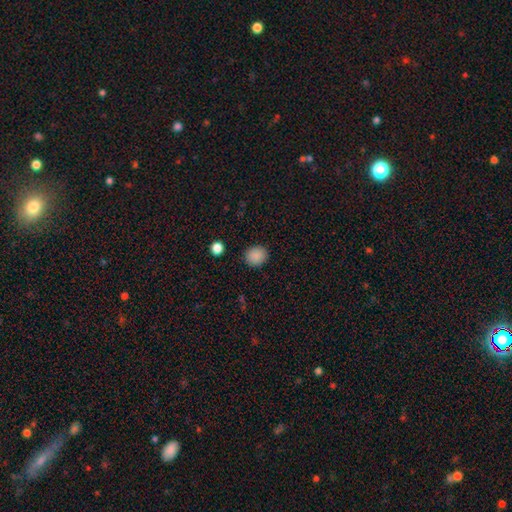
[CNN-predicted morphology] smooth-or-featured: smooth: 88% | star or artifact: 9% | featured or disk: 3%
  how-rounded: round: 77% | in between: 22% | cigar-shaped: 1%
  merging: none: 90% | minor disturbance: 7% | major disturbance: 2% | merger: 1%